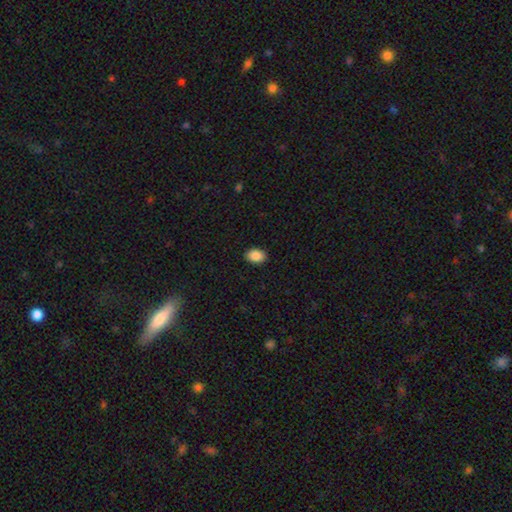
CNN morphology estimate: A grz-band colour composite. It shows a smooth galaxy with no disk features (89%) that is in between round and cigar-shaped (83%). Merging: none (90%).